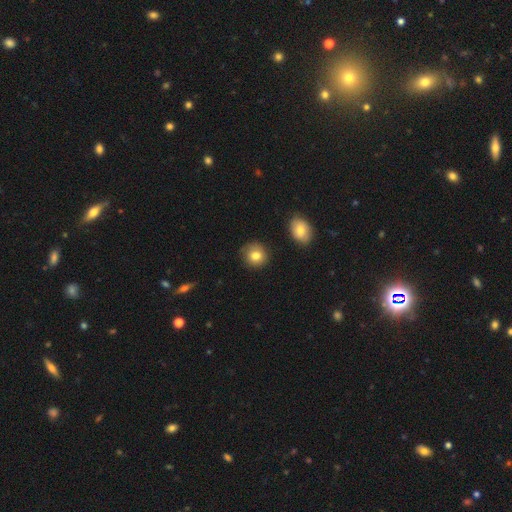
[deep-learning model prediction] The model was most divided on "merging": none: 82%, minor disturbance: 12%, major disturbance: 3%, merger: 2%. More confident: how rounded — round (86%); smooth or featured — smooth (81%).